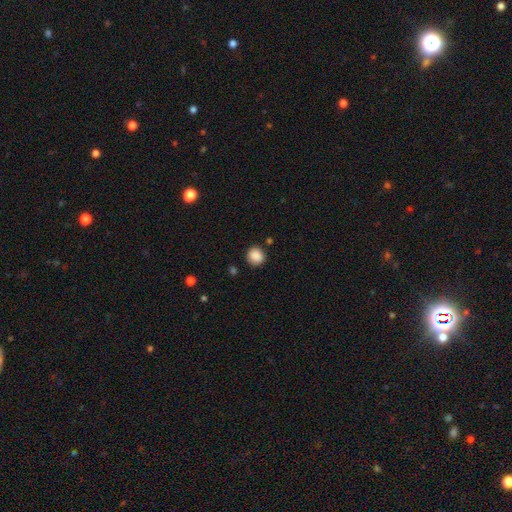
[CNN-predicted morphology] Overall: smooth (88%). How rounded: round (86%). Merging: none (86%).